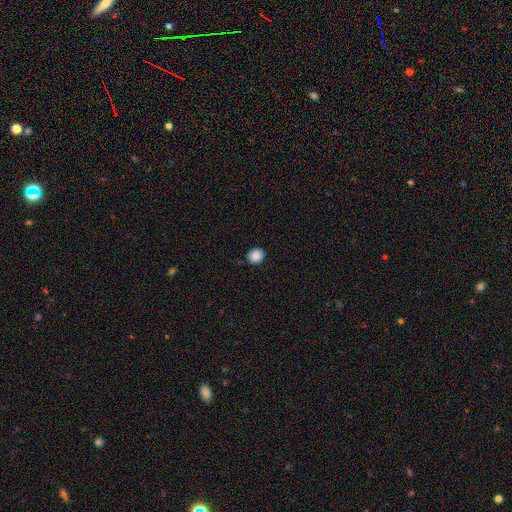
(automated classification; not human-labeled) smooth-or-featured: smooth: 87% | star or artifact: 9% | featured or disk: 3%
  how-rounded: round: 82% | in between: 17% | cigar-shaped: 1%
  merging: none: 89% | minor disturbance: 8% | major disturbance: 2% | merger: 1%